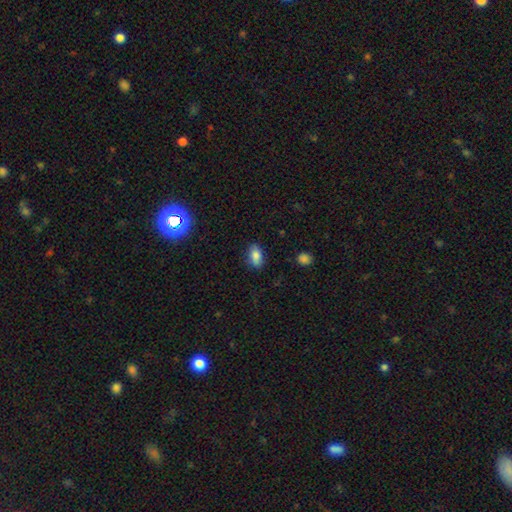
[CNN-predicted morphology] Q: Smooth or featured?
A: smooth (83%); runner-up: star or artifact (9%)
Q: How rounded?
A: in between (88%); runner-up: cigar-shaped (6%)
Q: Merging?
A: none (83%); runner-up: minor disturbance (13%)